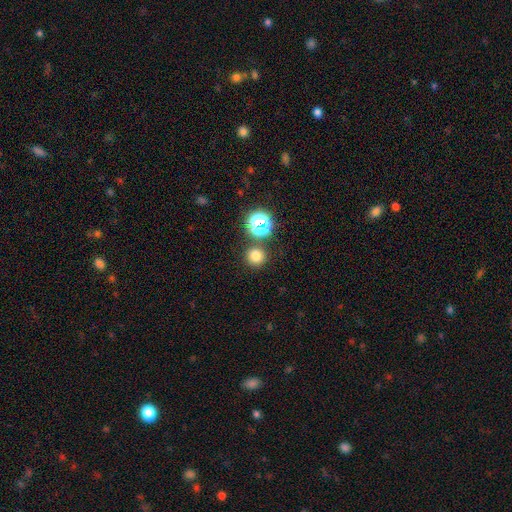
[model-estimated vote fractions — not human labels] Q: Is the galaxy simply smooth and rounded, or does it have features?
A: smooth — 74%.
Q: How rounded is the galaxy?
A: round — 94%.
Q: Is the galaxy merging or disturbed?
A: none — 83%.